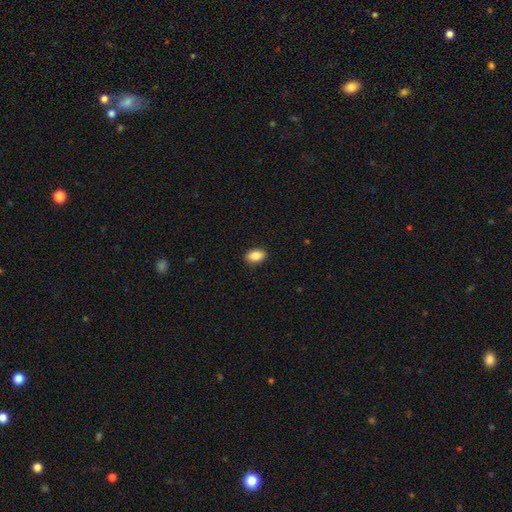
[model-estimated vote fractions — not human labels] Overall: smooth (86%). How rounded: in between (89%). Merging: none (90%).